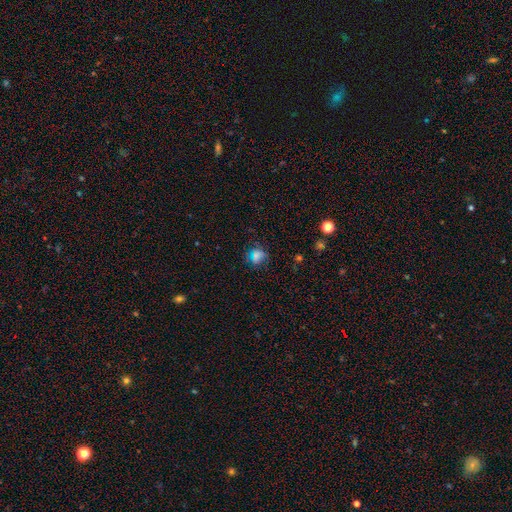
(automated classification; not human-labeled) The model was most divided on "how rounded": round: 62%, in between: 35%, cigar-shaped: 2%. More confident: merging — none (69%); smooth or featured — smooth (63%).